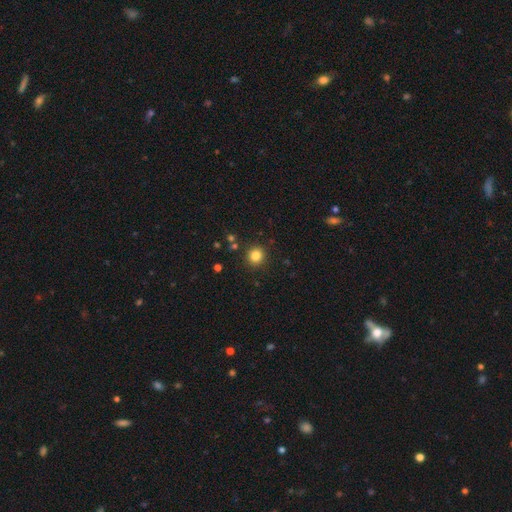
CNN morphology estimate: Q: Smooth or featured?
A: smooth (82%); runner-up: star or artifact (12%)
Q: How rounded?
A: round (91%); runner-up: in between (8%)
Q: Merging?
A: none (90%); runner-up: minor disturbance (6%)